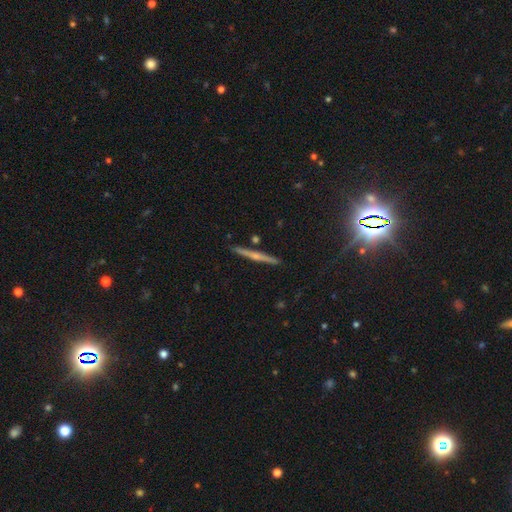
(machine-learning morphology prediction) smooth-or-featured: featured or disk: 71% | smooth: 21% | star or artifact: 7%
  disk-edge-on: yes: 98% | no: 2%
    edge-on-bulge: rounded: 75% | none: 18% | boxy: 6%
  merging: none: 90% | minor disturbance: 6% | merger: 2% | major disturbance: 1%